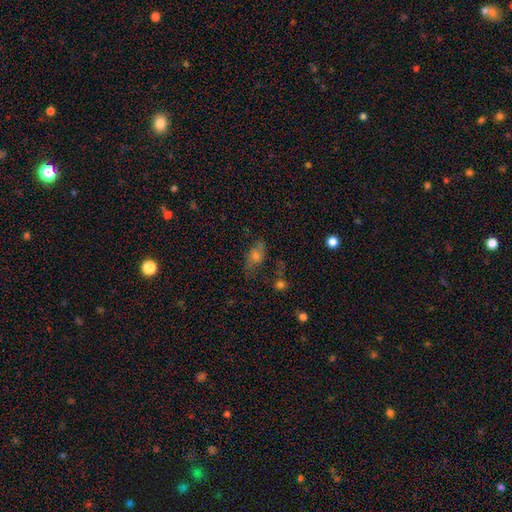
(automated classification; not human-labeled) smooth_or_featured: smooth (p=0.49) [alt: featured or disk p=0.28]
merging: none (p=0.54) [alt: minor disturbance p=0.23]